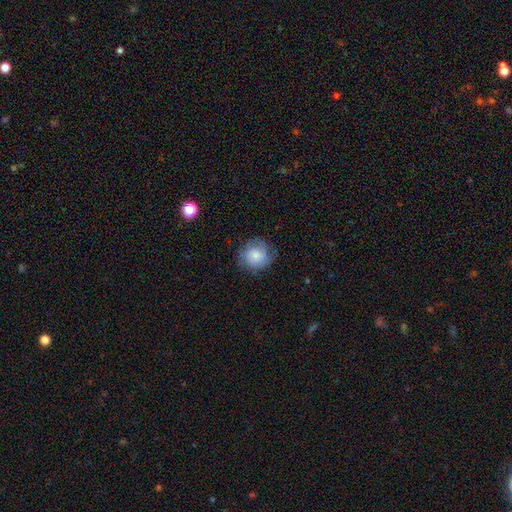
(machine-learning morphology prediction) smooth 64%, featured or disk 28%, star or artifact 8%. Down the decision tree: how rounded — round (87%); merging — none (72%).